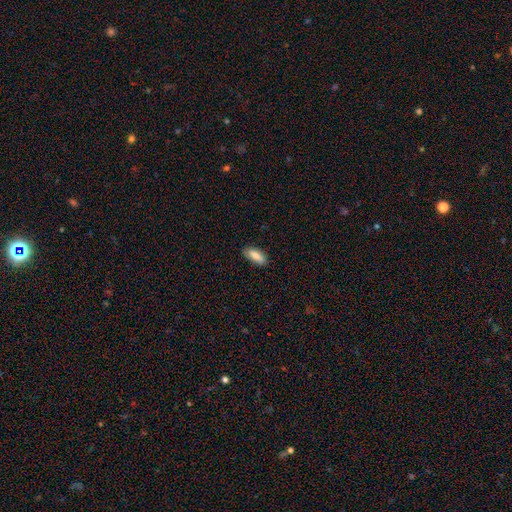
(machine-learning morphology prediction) A smooth galaxy with no disk features (83%) that is in between round and cigar-shaped (76%). Merging: none (84%).